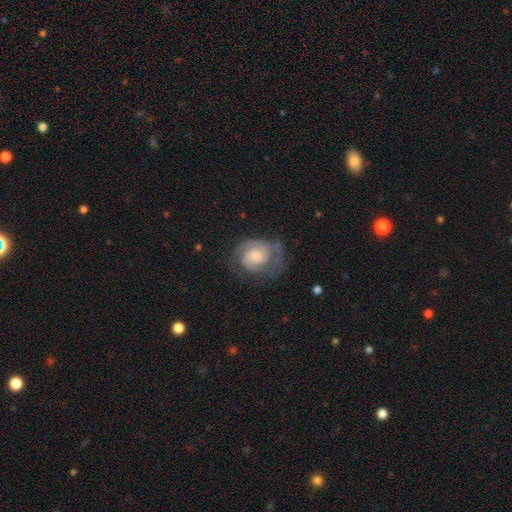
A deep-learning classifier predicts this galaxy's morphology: Smooth or featured?
  - featured or disk: 71% *
  - smooth: 22%
  - star or artifact: 7%
Edge-on disk?
  - no: 98% *
  - yes: 2%
Bar?
  - no: 71% *
  - weak: 25%
  - strong: 4%
Spiral arms?
  - yes: 92% *
  - no: 8%
Spiral winding?
  - tight: 50% *
  - medium: 38%
  - loose: 12%
Spiral arm count?
  - 2: 63% *
  - can't tell: 16%
  - 3: 8%
  - 1: 8%
  - 4: 2%
  - more than 4: 2%
Bulge size?
  - small: 39% *
  - moderate: 32%
  - large: 15%
  - none: 12%
  - dominant: 3%
Merging?
  - none: 59% *
  - minor disturbance: 23%
  - major disturbance: 16%
  - merger: 2%